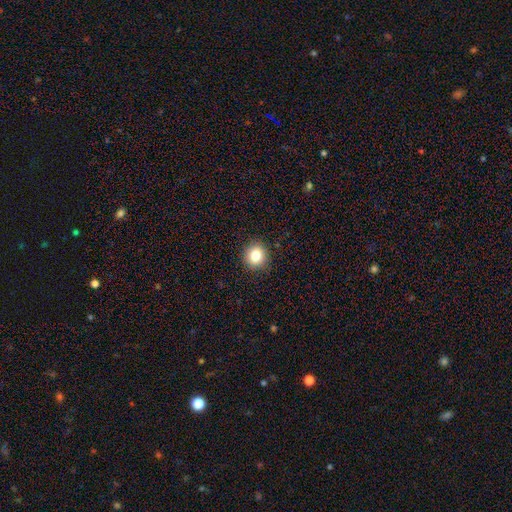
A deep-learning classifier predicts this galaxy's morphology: Smooth or featured?
  - smooth: 82% *
  - star or artifact: 11%
  - featured or disk: 7%
How rounded?
  - round: 88% *
  - in between: 11%
  - cigar-shaped: 1%
Merging?
  - none: 91% *
  - minor disturbance: 6%
  - major disturbance: 2%
  - merger: 1%